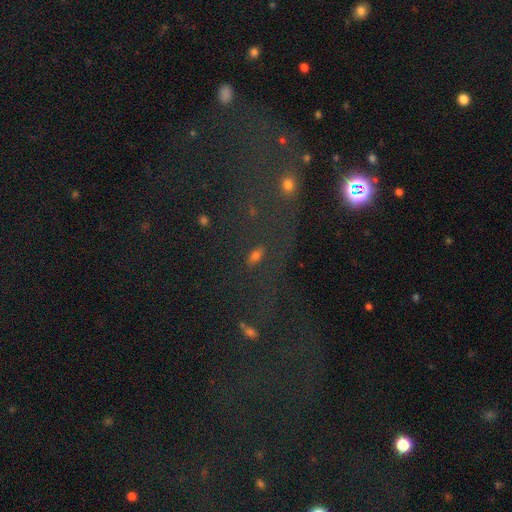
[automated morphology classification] type=smooth (53%); roundness=in between (76%); merging=none (64%).